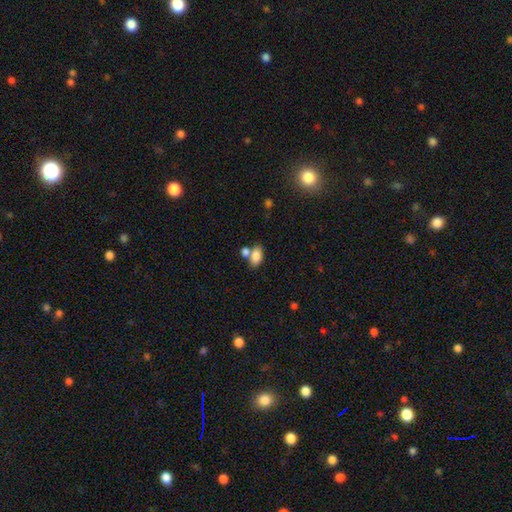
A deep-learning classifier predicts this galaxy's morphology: Smooth or featured?
  - smooth: 83% *
  - star or artifact: 9%
  - featured or disk: 8%
How rounded?
  - in between: 90% *
  - round: 8%
  - cigar-shaped: 2%
Merging?
  - none: 50% *
  - merger: 35%
  - minor disturbance: 11%
  - major disturbance: 4%